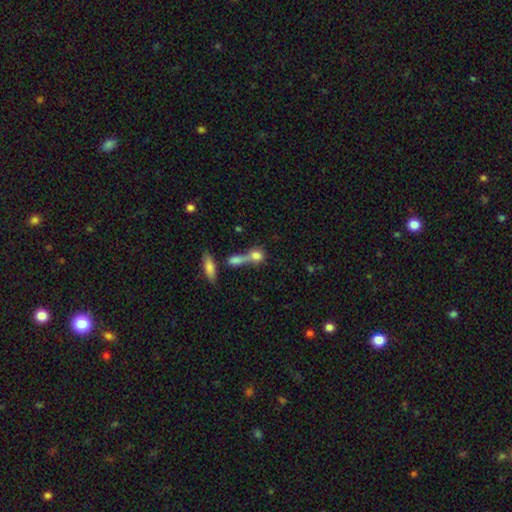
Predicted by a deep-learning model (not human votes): A smooth galaxy with no disk features (76%) that is round (57%).

Vote fractions:
- Smooth or featured? smooth: 76% / featured or disk: 14% / star or artifact: 10%
- How rounded? round: 57% / in between: 32% / cigar-shaped: 11%
- Merging? merger: 55% / none: 30% / minor disturbance: 8% / major disturbance: 7%